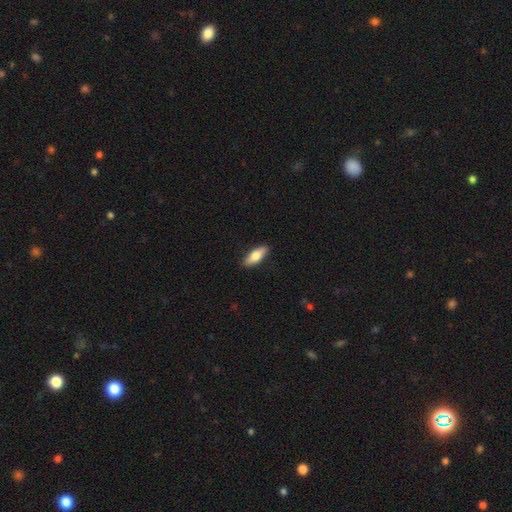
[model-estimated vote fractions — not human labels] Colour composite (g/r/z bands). It shows a smooth galaxy with no disk features (72%) that is in between round and cigar-shaped (62%). Merging: none (89%).